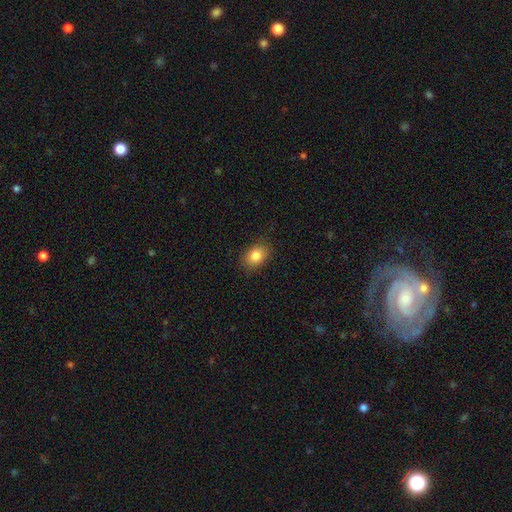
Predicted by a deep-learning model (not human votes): Smooth or featured? Predicted: smooth (p=0.84). How rounded? Predicted: in between (p=0.70). Merging? Predicted: none (p=0.84).